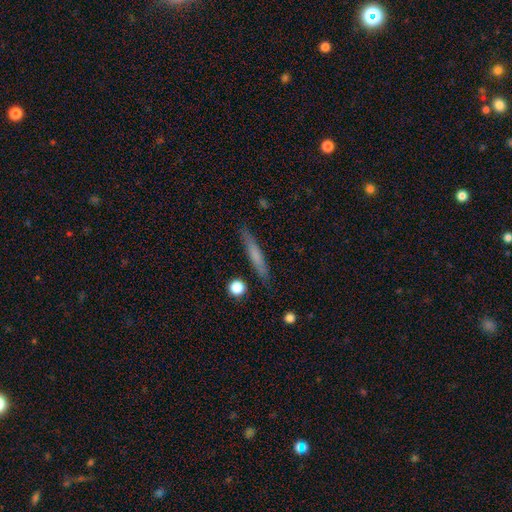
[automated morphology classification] smooth 62%, featured or disk 31%, star or artifact 7%. Down the decision tree: how rounded — cigar-shaped (93%); merging — none (87%).